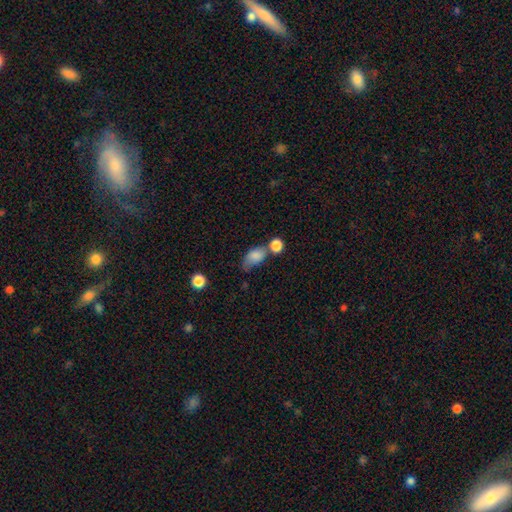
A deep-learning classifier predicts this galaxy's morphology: Smooth or featured? Predicted: smooth (p=0.78). How rounded? Predicted: in between (p=0.84). Merging? Predicted: none (p=0.33).